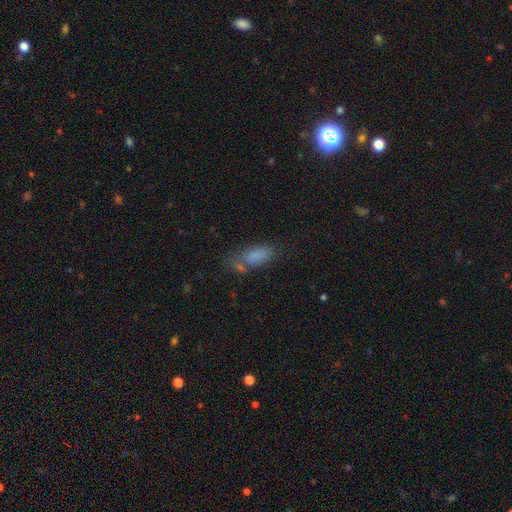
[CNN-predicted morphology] A smooth galaxy with no disk features (79%) that is in between round and cigar-shaped (79%). Merging: none (50%).